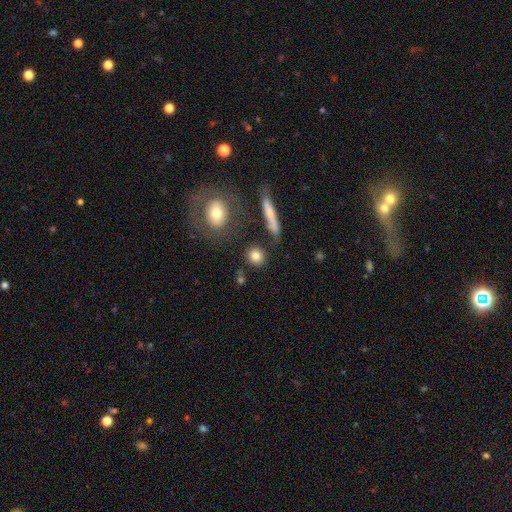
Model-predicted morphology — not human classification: A smooth galaxy with no disk features (81%) that is round (81%). Merging: none (80%).